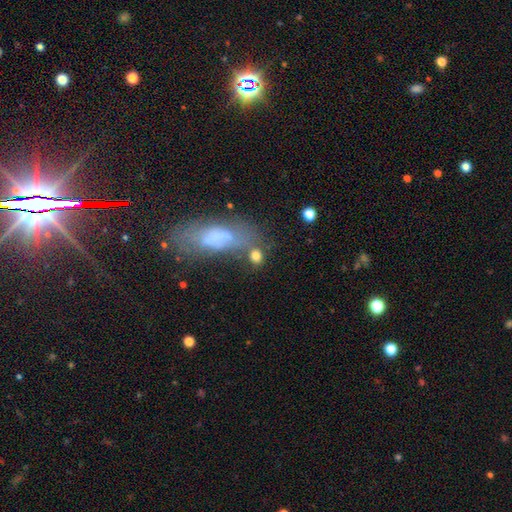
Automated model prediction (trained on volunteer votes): smooth_or_featured: smooth (p=0.79) [alt: star or artifact p=0.11]
how_rounded: in between (p=0.49) [alt: round p=0.45]
merging: none (p=0.62) [alt: merger p=0.16]